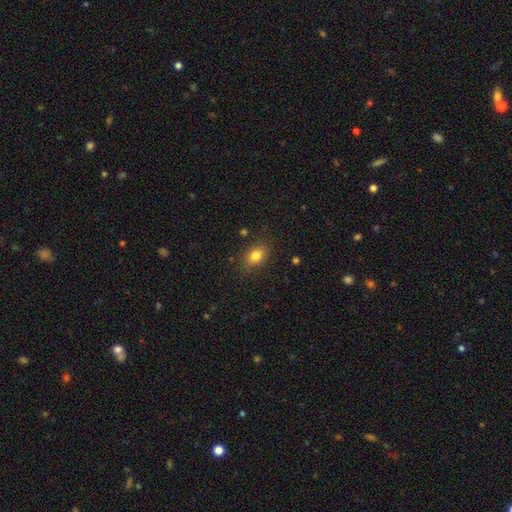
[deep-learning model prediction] Overall: smooth (81%). How rounded: in between (70%). Merging: none (83%).